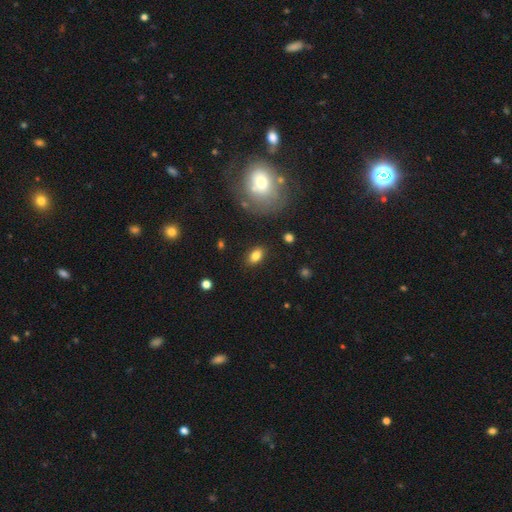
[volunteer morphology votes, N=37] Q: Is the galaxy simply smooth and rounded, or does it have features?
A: smooth — 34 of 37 (92%).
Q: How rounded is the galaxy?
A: in between — 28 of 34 (82%).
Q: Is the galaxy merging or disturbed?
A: none — 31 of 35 (89%).